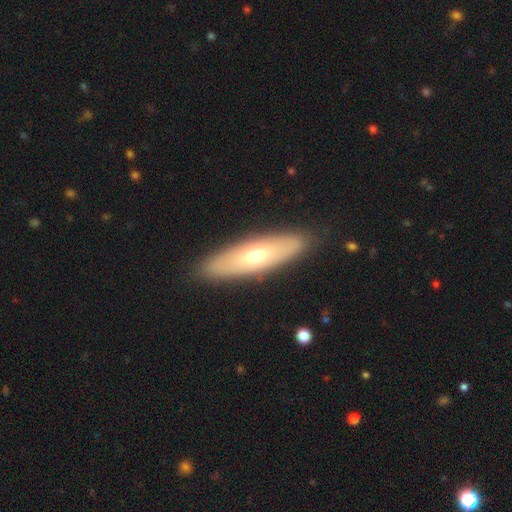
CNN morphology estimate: This is possibly a smooth galaxy (57%). How rounded: possibly cigar-shaped (51%). Merging: clearly none (88%).